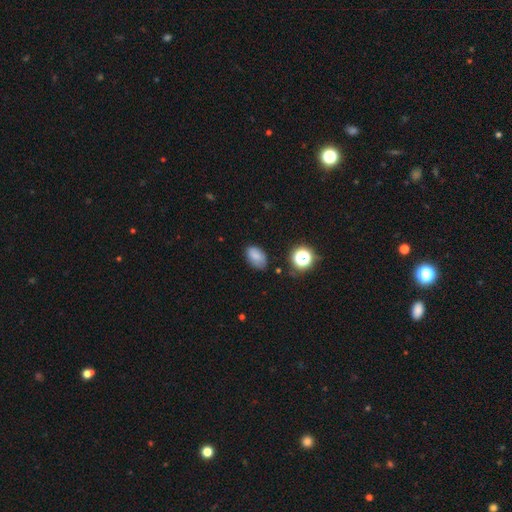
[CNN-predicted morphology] Smooth or featured?
  - smooth: 78% *
  - star or artifact: 12%
  - featured or disk: 10%
How rounded?
  - in between: 88% *
  - round: 11%
  - cigar-shaped: 1%
Merging?
  - none: 71% *
  - minor disturbance: 22%
  - major disturbance: 5%
  - merger: 2%